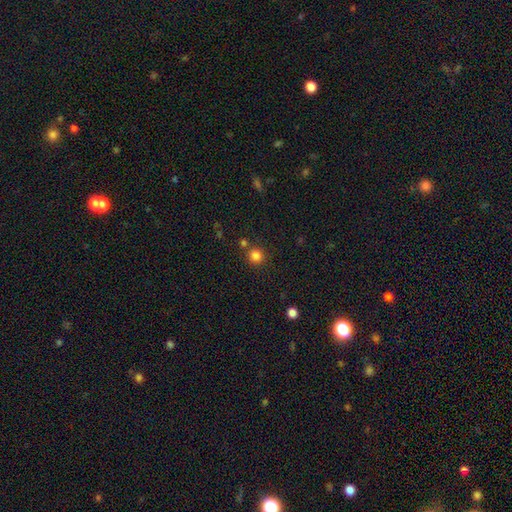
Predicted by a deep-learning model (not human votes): The model was most divided on "merging": none: 78%, merger: 11%, minor disturbance: 8%, major disturbance: 3%. More confident: how rounded — round (91%); smooth or featured — smooth (82%).